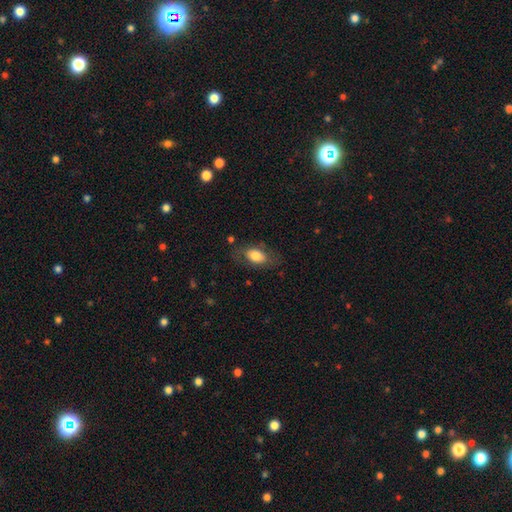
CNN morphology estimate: The model was most divided on "merging": none: 71%, minor disturbance: 18%, major disturbance: 9%, merger: 2%. More confident: how rounded — in between (89%); smooth or featured — smooth (74%).